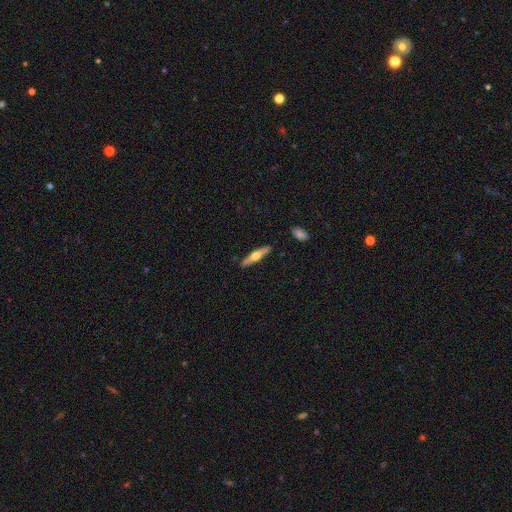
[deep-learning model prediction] This appears to be a featured or disk galaxy (58%) viewed edge-on (95%) with a rounded central bulge (93%). Merging: none (89%).